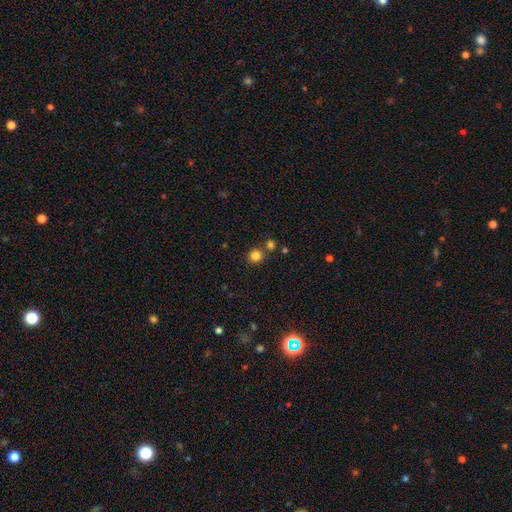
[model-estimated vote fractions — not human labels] Q: Smooth or featured?
A: smooth (83%); runner-up: star or artifact (13%)
Q: How rounded?
A: round (91%); runner-up: in between (8%)
Q: Merging?
A: none (76%); runner-up: merger (14%)